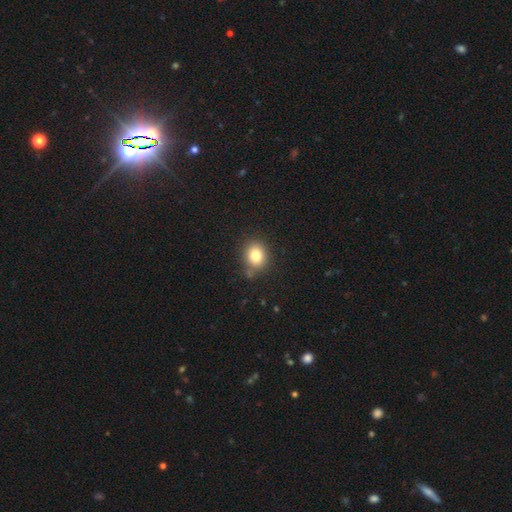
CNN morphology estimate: A smooth galaxy with no disk features (81%) that is round (67%).

Vote fractions:
- Smooth or featured? smooth: 81% / star or artifact: 11% / featured or disk: 8%
- How rounded? round: 67% / in between: 32% / cigar-shaped: 1%
- Merging? none: 76% / minor disturbance: 15% / merger: 5% / major disturbance: 4%